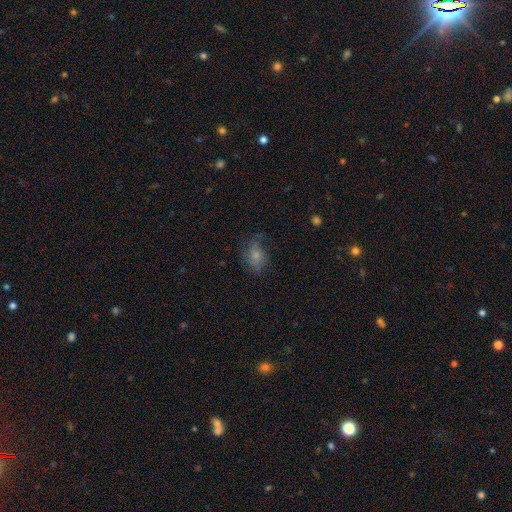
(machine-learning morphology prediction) The model was most divided on "merging": none: 55%, minor disturbance: 26%, major disturbance: 17%, merger: 2%. More confident: how rounded — in between (67%); smooth or featured — smooth (63%).